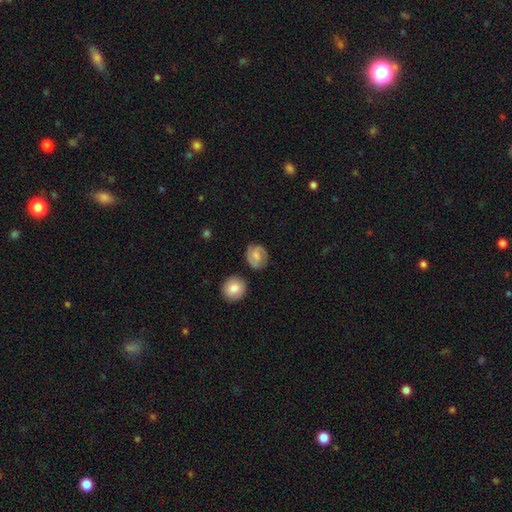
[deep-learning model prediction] Overall: featured or disk (63%; smooth 29%). Edge-on disk: no (97%). Bar: weak (52%; no 33%). Spiral arms: yes (92%). Spiral arm count: 2 (85%). Spiral winding: medium (46%; tight 41%). Bulge size: moderate (41%; small 36%). Merging: none (79%).